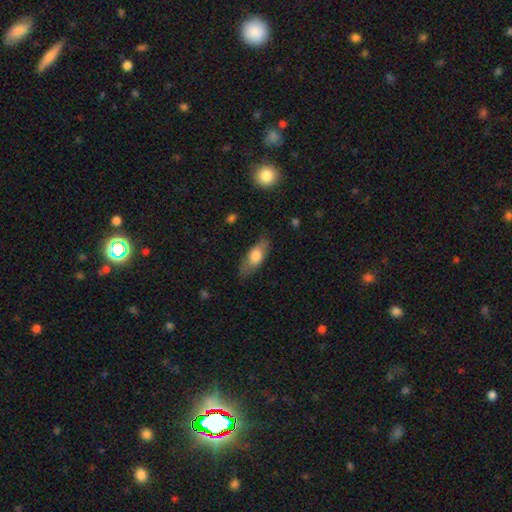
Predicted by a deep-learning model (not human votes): smooth-or-featured: smooth: 69% | featured or disk: 24% | star or artifact: 7%
  how-rounded: in between: 72% | cigar-shaped: 25% | round: 4%
  merging: none: 76% | minor disturbance: 17% | major disturbance: 5% | merger: 1%